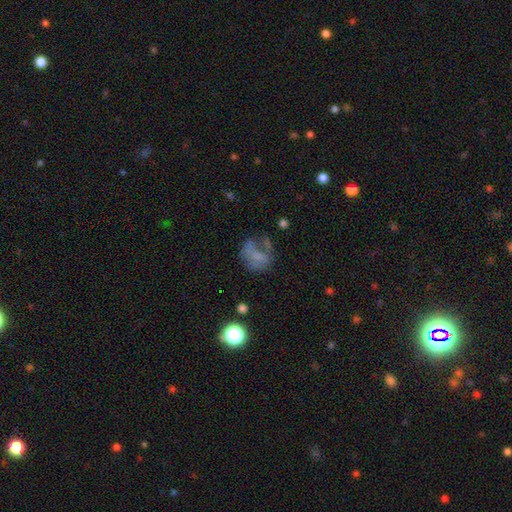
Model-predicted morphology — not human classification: Overall: smooth (46%; featured or disk 36%). Merging: none (36%, tied with major disturbance).